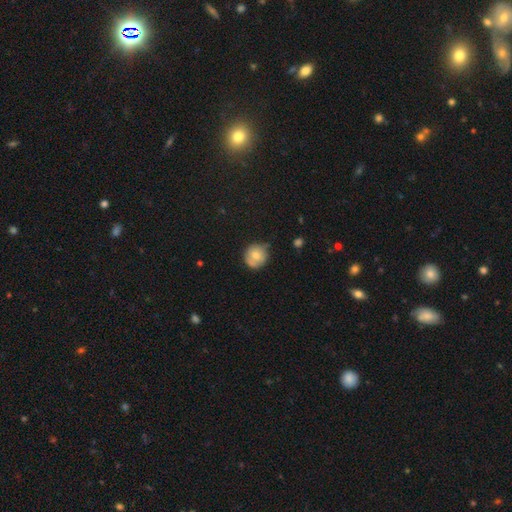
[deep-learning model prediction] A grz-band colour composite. It shows a smooth galaxy with no disk features (71%) that is round (87%). Merging: none (59%).